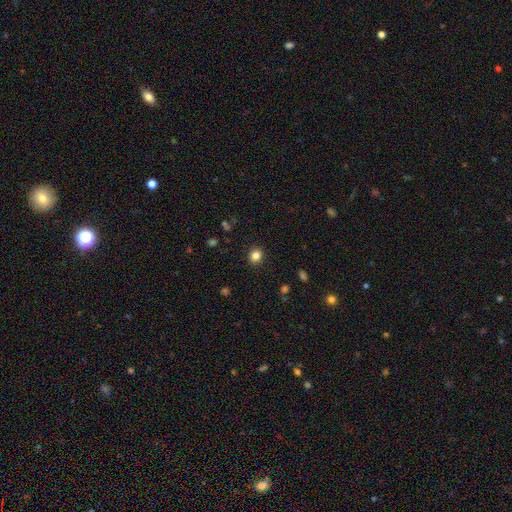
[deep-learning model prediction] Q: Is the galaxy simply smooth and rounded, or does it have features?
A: smooth — 83%.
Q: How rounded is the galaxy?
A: round — 81%.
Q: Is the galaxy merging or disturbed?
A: none — 90%.